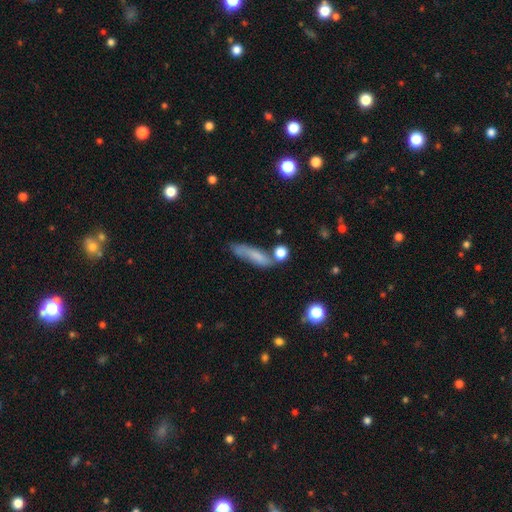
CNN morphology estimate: Overall: smooth (66%). How rounded: cigar-shaped (68%). Merging: none (50%; minor disturbance 25%).